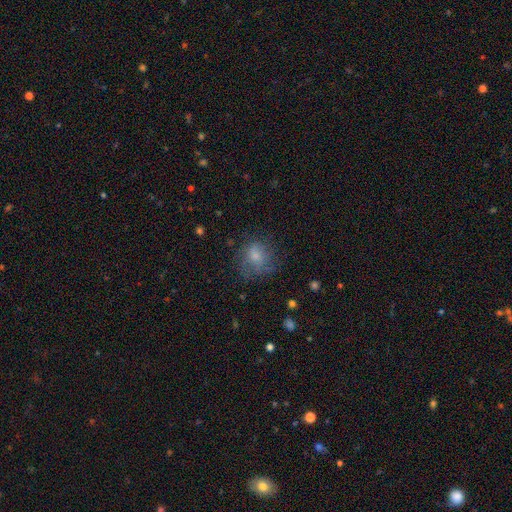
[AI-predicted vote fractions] A smooth galaxy with no disk features (67%) that is round (66%).

Vote fractions:
- Smooth or featured? smooth: 67% / featured or disk: 21% / star or artifact: 12%
- How rounded? round: 66% / in between: 32% / cigar-shaped: 1%
- Merging? none: 56% / minor disturbance: 23% / major disturbance: 19% / merger: 2%